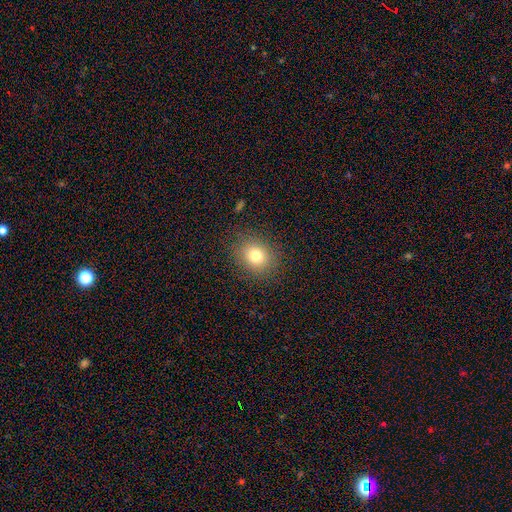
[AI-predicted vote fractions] Smooth or featured: smooth — 77% (star or artifact — 13%)
How rounded: round — 72% (in between — 27%)
Merging: none — 87% (minor disturbance — 8%)